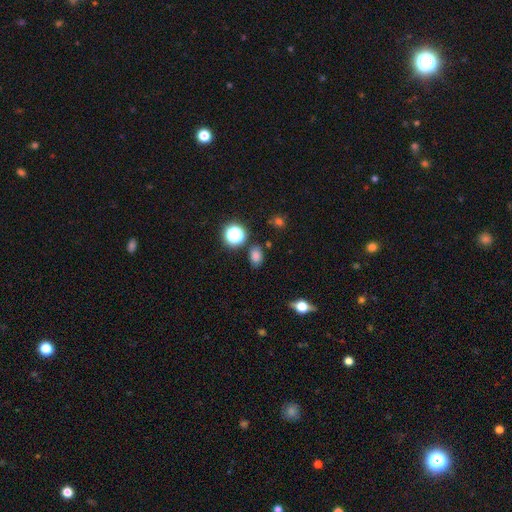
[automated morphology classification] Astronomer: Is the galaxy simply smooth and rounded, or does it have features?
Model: smooth — 76%.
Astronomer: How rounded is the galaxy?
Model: in between — 74%.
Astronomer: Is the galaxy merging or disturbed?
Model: none — 81%.